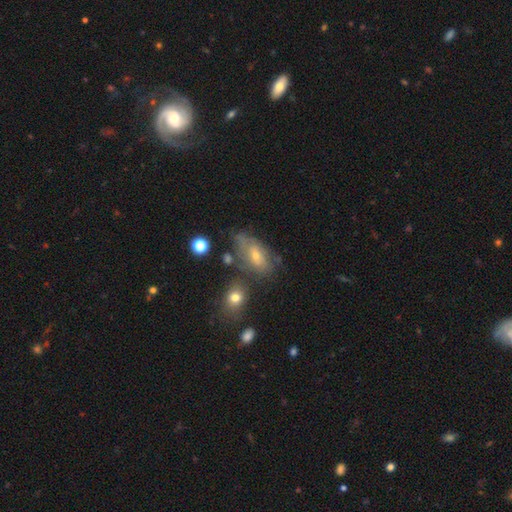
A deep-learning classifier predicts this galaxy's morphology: Smooth or featured?
  - featured or disk: 48% *
  - smooth: 38%
  - star or artifact: 13%
Merging?
  - none: 50% *
  - minor disturbance: 28%
  - major disturbance: 14%
  - merger: 8%